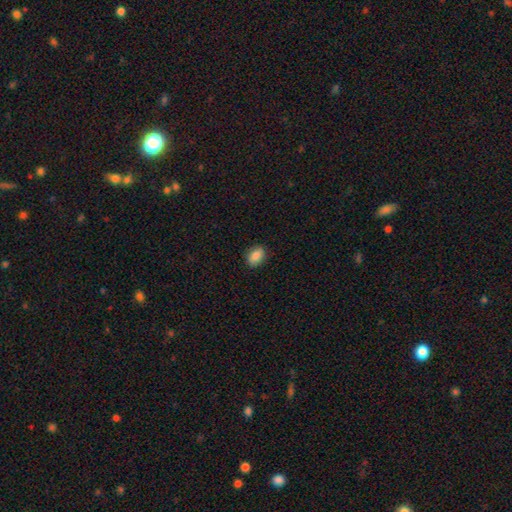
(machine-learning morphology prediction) Q: Smooth or featured?
A: smooth (87%); runner-up: star or artifact (8%)
Q: How rounded?
A: in between (80%); runner-up: round (19%)
Q: Merging?
A: none (88%); runner-up: minor disturbance (9%)